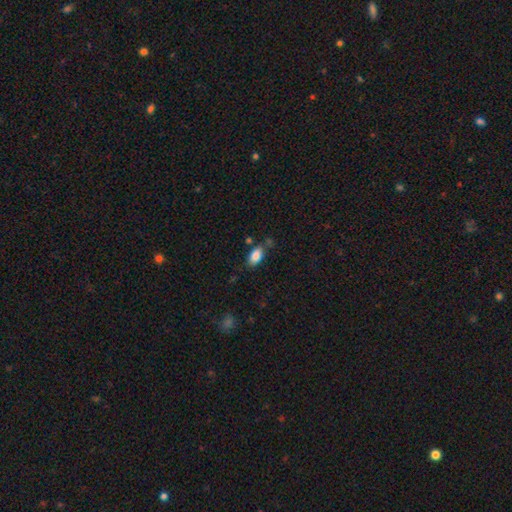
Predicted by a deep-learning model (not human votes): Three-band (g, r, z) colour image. It shows a smooth galaxy with no disk features (85%) that is in between round and cigar-shaped (92%). Merging: none (74%).